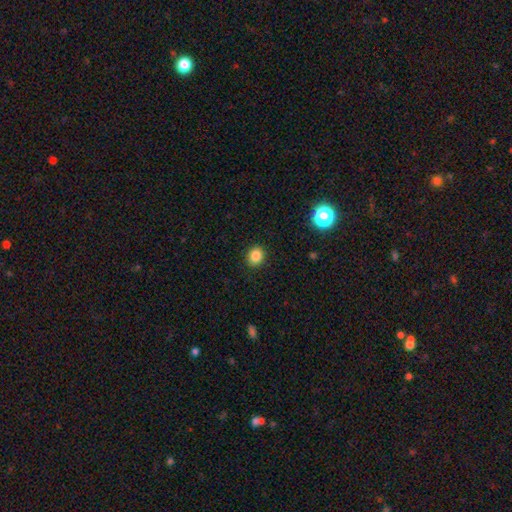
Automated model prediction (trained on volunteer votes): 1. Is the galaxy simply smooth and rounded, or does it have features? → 85% smooth, 11% star or artifact, 4% featured or disk.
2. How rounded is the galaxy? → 70% round, 29% in between, 1% cigar-shaped.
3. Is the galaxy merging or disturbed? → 91% none, 6% minor disturbance, 2% major disturbance, 1% merger.